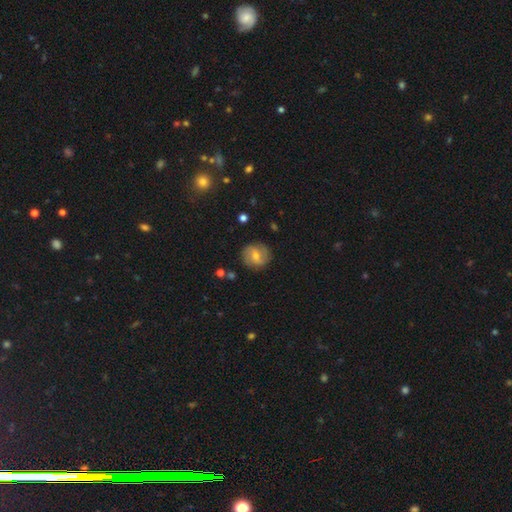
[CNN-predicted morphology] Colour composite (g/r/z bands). It shows a featured or disk galaxy (46%). Merging: none (85%).